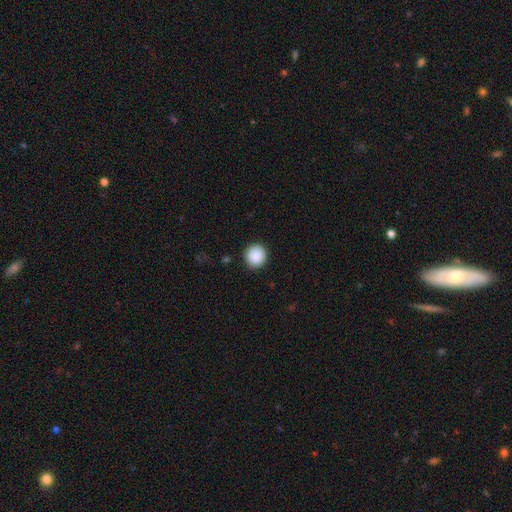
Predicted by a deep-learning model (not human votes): Morphology: type=smooth (90%); roundness=round (92%); merging=none (90%).